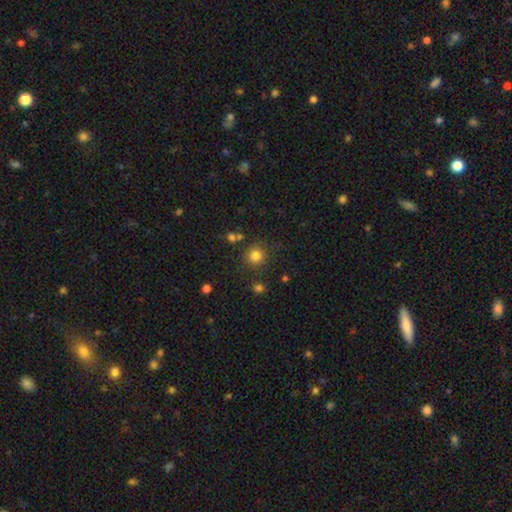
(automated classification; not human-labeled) Smooth or featured: smooth — 80% (star or artifact — 14%)
How rounded: round — 92% (in between — 7%)
Merging: none — 83% (minor disturbance — 9%)